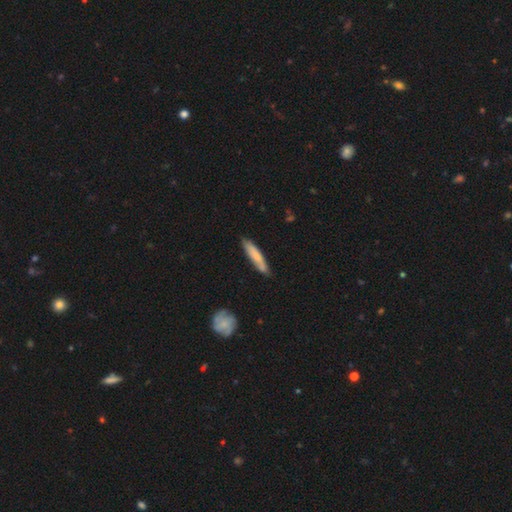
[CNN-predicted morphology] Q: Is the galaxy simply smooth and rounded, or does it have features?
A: smooth — 68%.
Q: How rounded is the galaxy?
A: cigar-shaped — 87%.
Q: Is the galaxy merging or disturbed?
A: none — 77%.